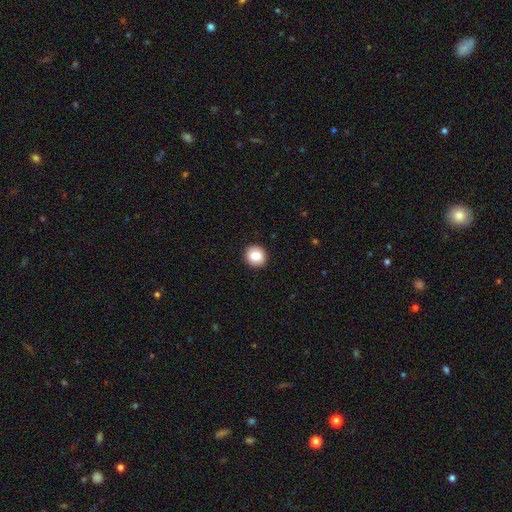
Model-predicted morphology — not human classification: A smooth galaxy with no disk features (83%) that is round (91%). Merging: none (93%).